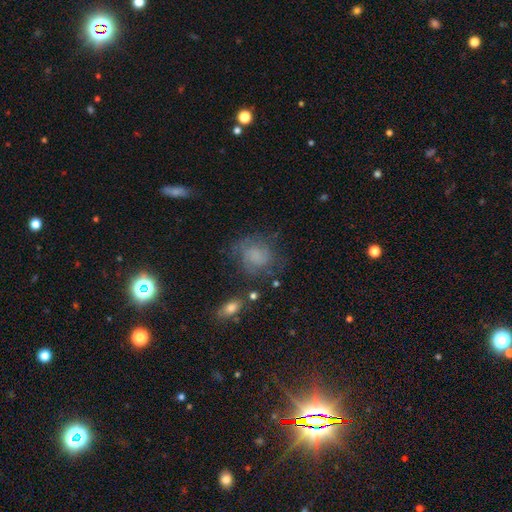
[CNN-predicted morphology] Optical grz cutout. It shows a featured or disk galaxy (45%). Merging: none (61%).